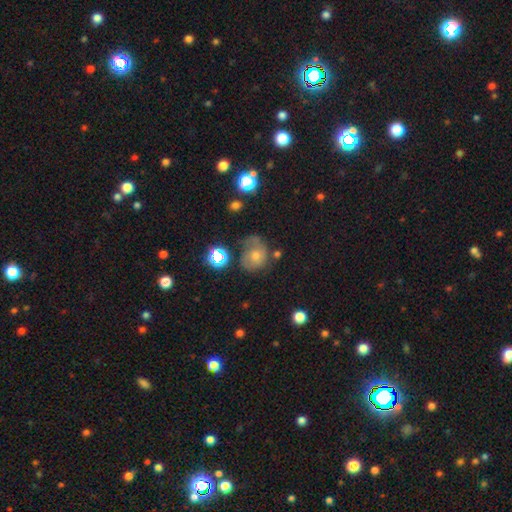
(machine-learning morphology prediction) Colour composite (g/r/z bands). It shows a smooth galaxy with no disk features (41%). Merging: none (46%).